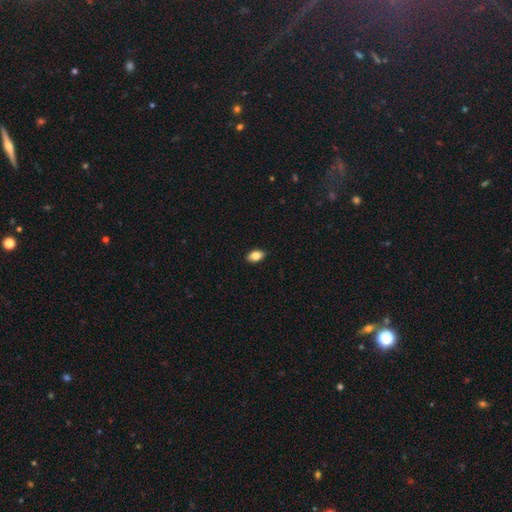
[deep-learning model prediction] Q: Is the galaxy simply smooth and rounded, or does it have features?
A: smooth — 84%.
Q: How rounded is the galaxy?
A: in between — 88%.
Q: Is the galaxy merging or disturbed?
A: none — 90%.